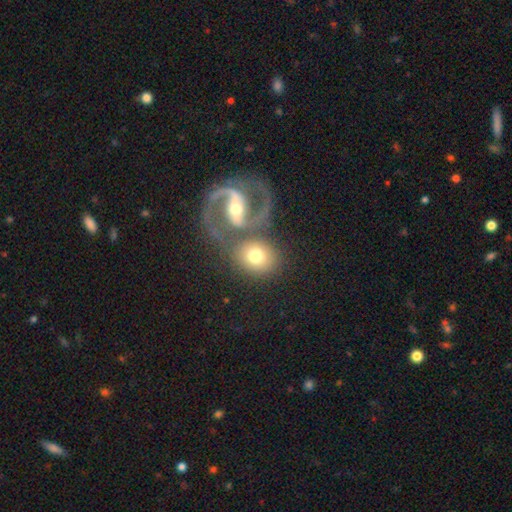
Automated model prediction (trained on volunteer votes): Smooth or featured? smooth (47%)
Merging? none (47%)